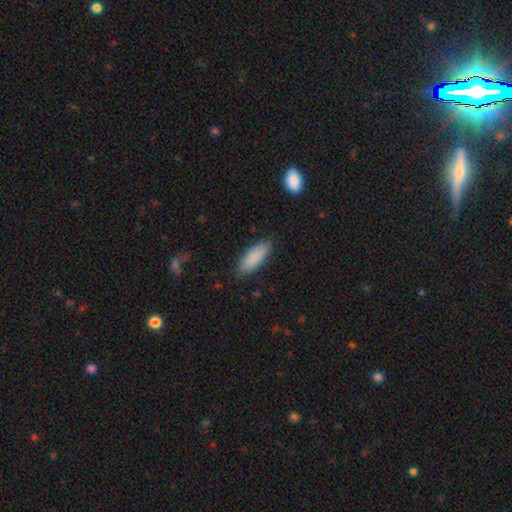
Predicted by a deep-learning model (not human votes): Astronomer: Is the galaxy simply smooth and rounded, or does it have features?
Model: smooth — 88%.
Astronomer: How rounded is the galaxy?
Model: in between — 67%.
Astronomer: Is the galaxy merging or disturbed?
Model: none — 86%.